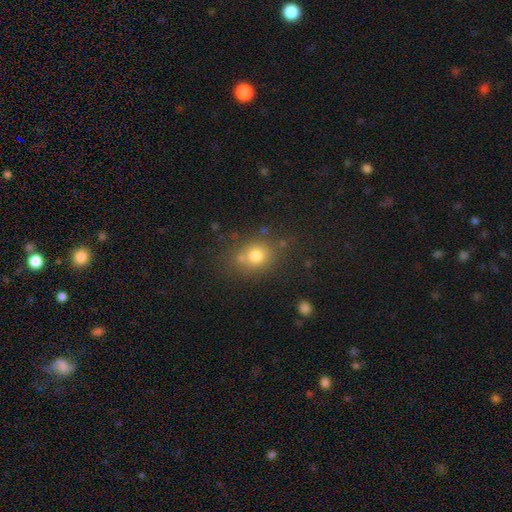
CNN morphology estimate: Smooth or featured? Predicted: smooth (p=0.75). How rounded? Predicted: round (p=0.63). Merging? Predicted: none (p=0.67).